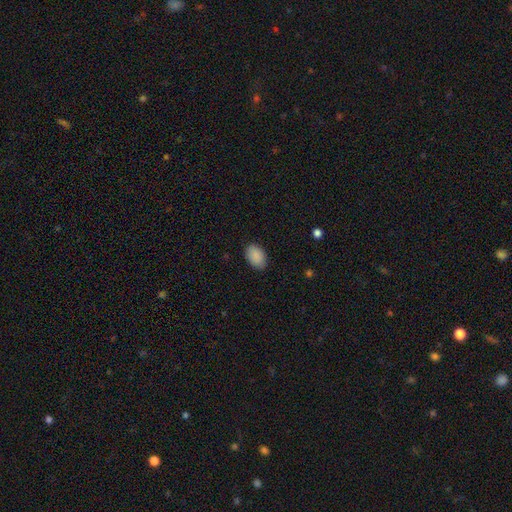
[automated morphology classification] Smooth or featured: smooth — 90% (star or artifact — 7%)
How rounded: in between — 88% (round — 10%)
Merging: none — 86% (minor disturbance — 10%)